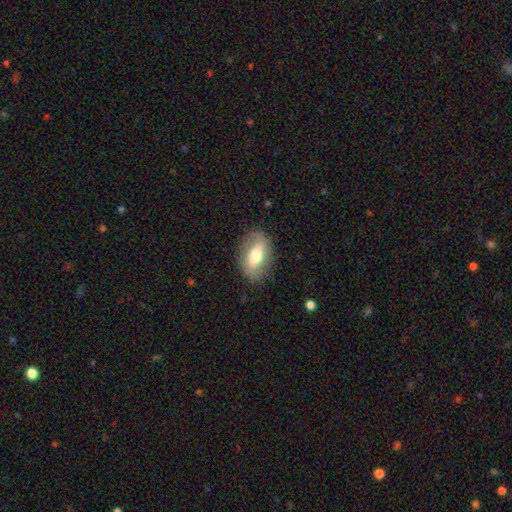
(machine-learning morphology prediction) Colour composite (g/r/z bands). It shows a featured or disk galaxy (49%). Merging: none (82%).